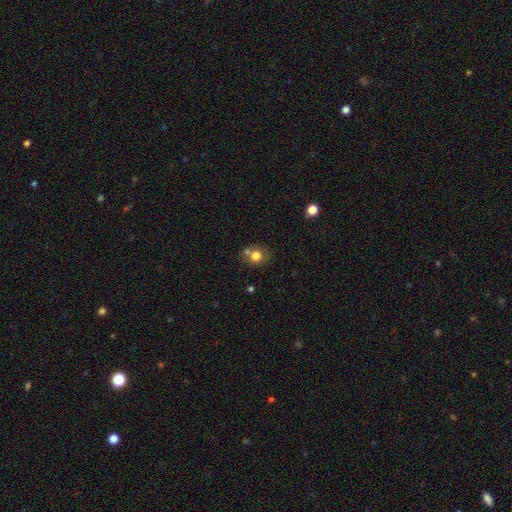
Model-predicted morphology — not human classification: A smooth galaxy with no disk features (77%) that is round (75%).

Vote fractions:
- Smooth or featured? smooth: 77% / featured or disk: 12% / star or artifact: 11%
- How rounded? round: 75% / in between: 24% / cigar-shaped: 1%
- Merging? none: 56% / merger: 25% / minor disturbance: 14% / major disturbance: 5%